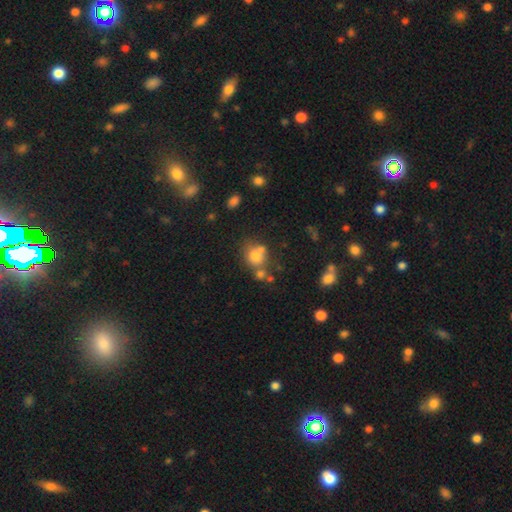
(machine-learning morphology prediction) type=smooth (72%); roundness=round (75%); merging=none (48%).